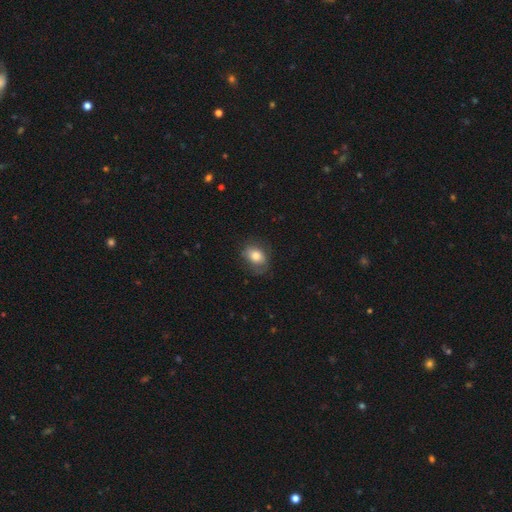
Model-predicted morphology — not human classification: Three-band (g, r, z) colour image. It shows a smooth galaxy with no disk features (79%) that is in between round and cigar-shaped (69%). Merging: none (66%).